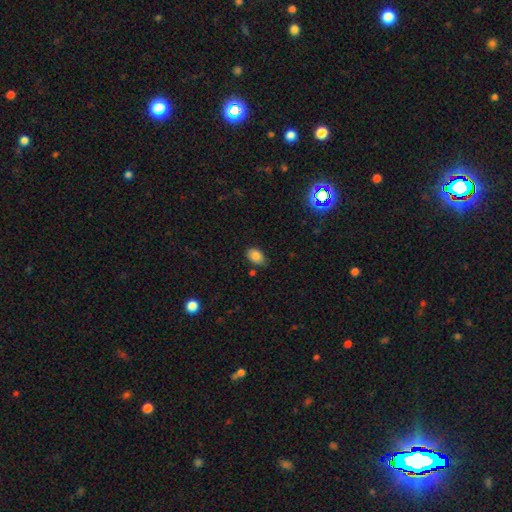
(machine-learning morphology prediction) smooth 84%, star or artifact 9%, featured or disk 7%. Down the decision tree: how rounded — in between (85%); merging — none (71%).